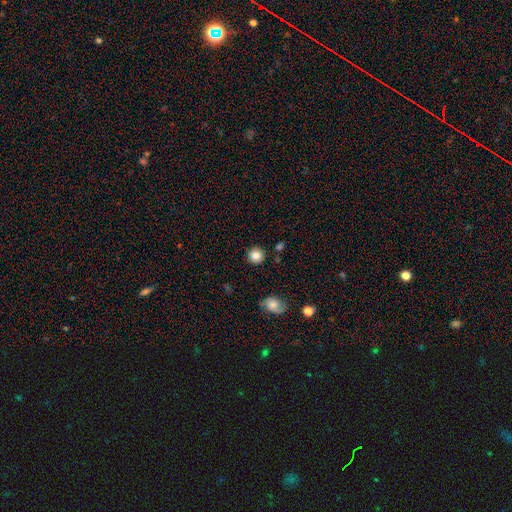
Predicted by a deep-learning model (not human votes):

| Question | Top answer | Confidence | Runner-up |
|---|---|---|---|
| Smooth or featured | smooth | 85% | star or artifact (9%) |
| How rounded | round | 92% | in between (7%) |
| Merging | none | 88% | minor disturbance (7%) |